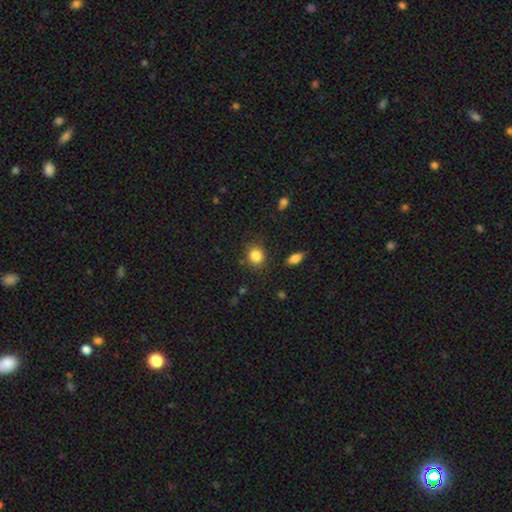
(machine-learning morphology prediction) smooth_or_featured: smooth (p=0.85) [alt: star or artifact p=0.10]
how_rounded: round (p=0.78) [alt: in between p=0.20]
merging: none (p=0.84) [alt: minor disturbance p=0.10]